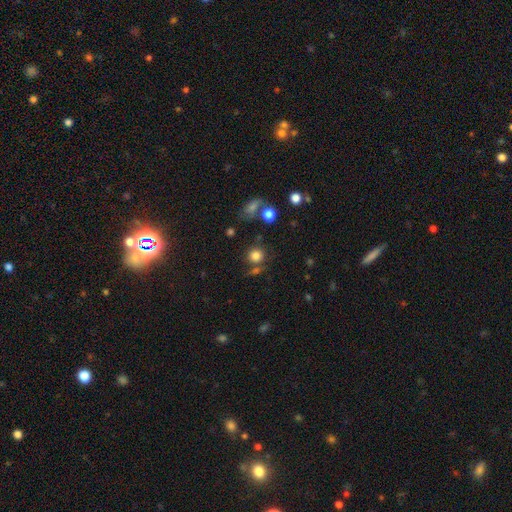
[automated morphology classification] A smooth galaxy with no disk features (81%) that is round (88%). Merging: none (69%).